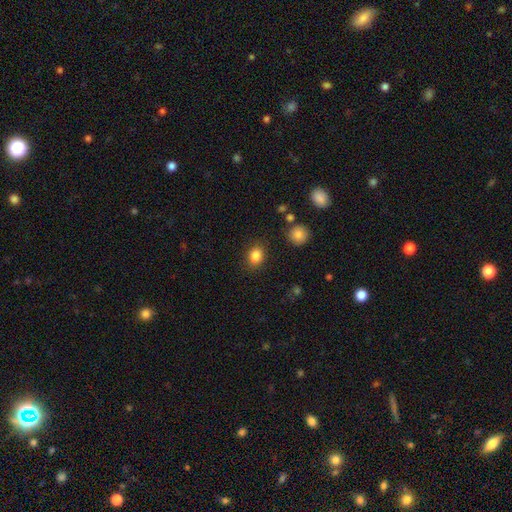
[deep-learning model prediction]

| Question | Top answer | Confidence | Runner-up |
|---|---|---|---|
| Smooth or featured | smooth | 85% | star or artifact (10%) |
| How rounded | in between | 51% | round (48%) |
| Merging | none | 85% | minor disturbance (10%) |